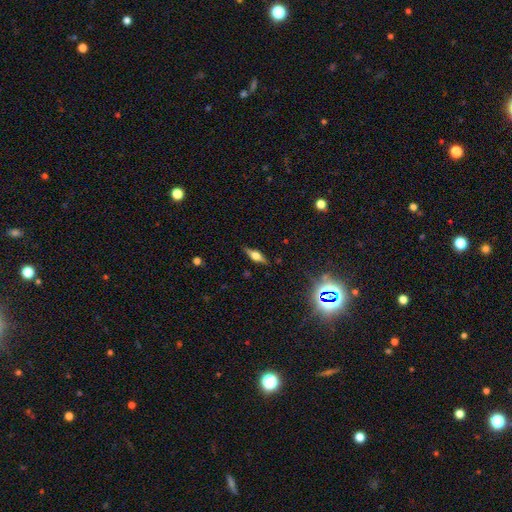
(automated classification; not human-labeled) Smooth or featured: featured or disk — 59% (smooth — 31%)
Edge-on disk: yes — 95% (no — 5%)
Edge-on bulge: rounded — 89% (boxy — 9%)
Merging: none — 87% (minor disturbance — 10%)